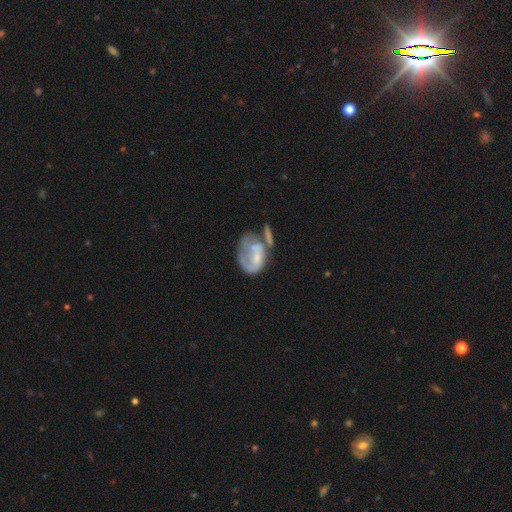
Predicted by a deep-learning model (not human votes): The model was most divided on "bulge size" (2-way tie): small: 33%, none: 33%, moderate: 26%, large: 6%, dominant: 2%. Remaining: edge-on disk — no (97%); bar — no (69%); smooth or featured — featured or disk (56%); spiral arms — no (52%); merging — major disturbance (33%).